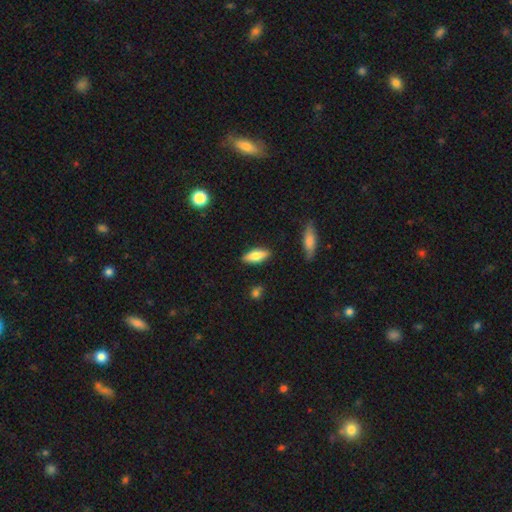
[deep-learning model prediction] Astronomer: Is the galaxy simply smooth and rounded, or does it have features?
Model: smooth — 71%.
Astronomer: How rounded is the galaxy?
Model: in between — 66%.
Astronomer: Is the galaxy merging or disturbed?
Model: none — 86%.